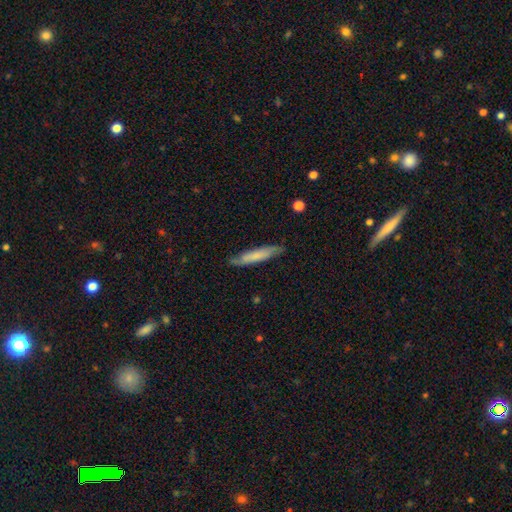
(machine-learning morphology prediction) A smooth galaxy with no disk features (63%) that is cigar-shaped (90%). Merging: none (80%).